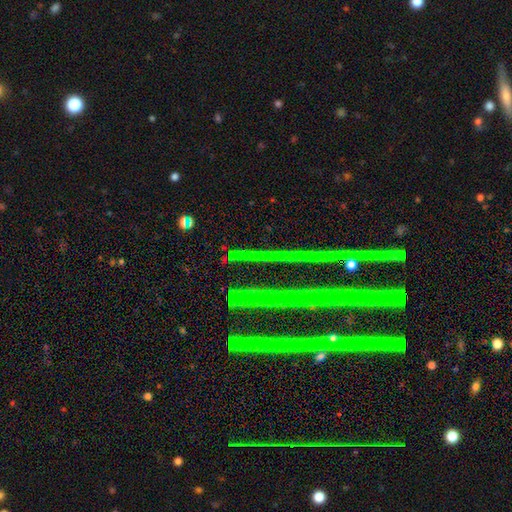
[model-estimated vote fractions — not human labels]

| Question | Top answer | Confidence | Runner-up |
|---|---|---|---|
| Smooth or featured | star or artifact | 79% | featured or disk (14%) |